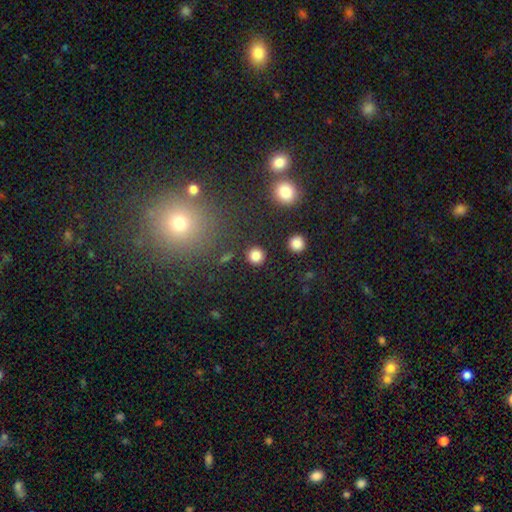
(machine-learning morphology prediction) smooth_or_featured: smooth (p=0.83) [alt: star or artifact p=0.13]
how_rounded: round (p=0.92) [alt: in between p=0.07]
merging: none (p=0.89) [alt: minor disturbance p=0.06]